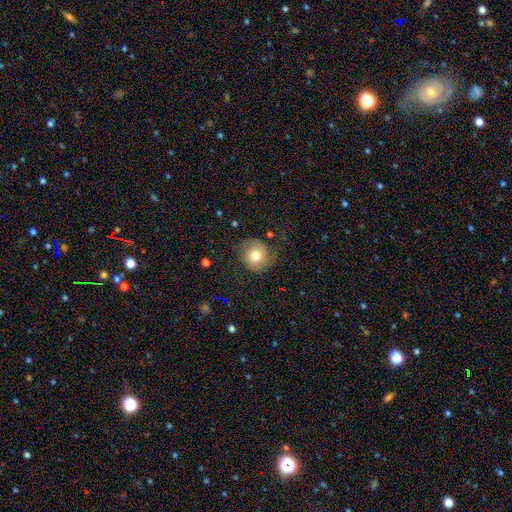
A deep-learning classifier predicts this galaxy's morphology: This appears to be a smooth galaxy with no disk features (63%) that is round (88%). Merging: none (68%).